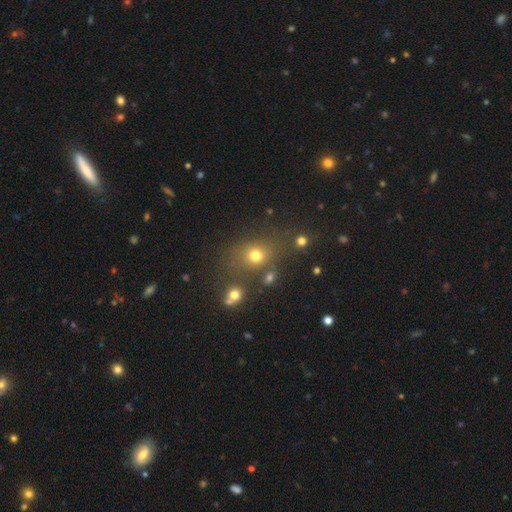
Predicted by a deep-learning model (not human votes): This appears to be a smooth galaxy with no disk features (70%) that is round (58%). Merging: none (64%).